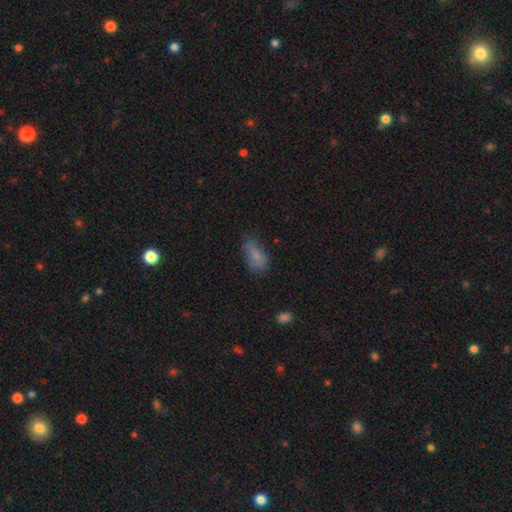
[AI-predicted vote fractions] Smooth or featured?
  - smooth: 77% *
  - featured or disk: 13%
  - star or artifact: 10%
How rounded?
  - in between: 87% *
  - cigar-shaped: 8%
  - round: 5%
Merging?
  - none: 58% *
  - minor disturbance: 28%
  - major disturbance: 11%
  - merger: 3%